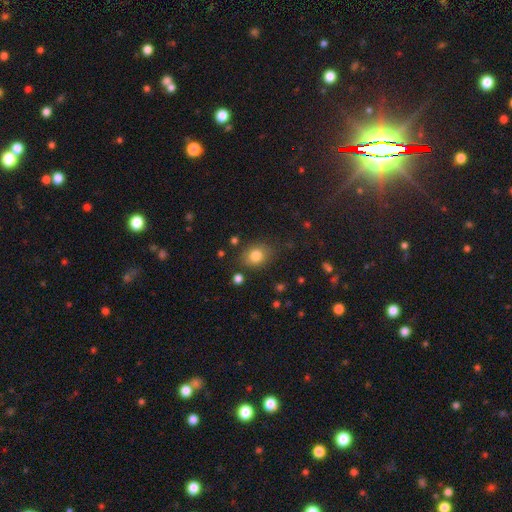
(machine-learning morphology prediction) Smooth or featured: smooth — 81% (star or artifact — 11%)
How rounded: round — 53% (in between — 46%)
Merging: none — 80% (minor disturbance — 13%)